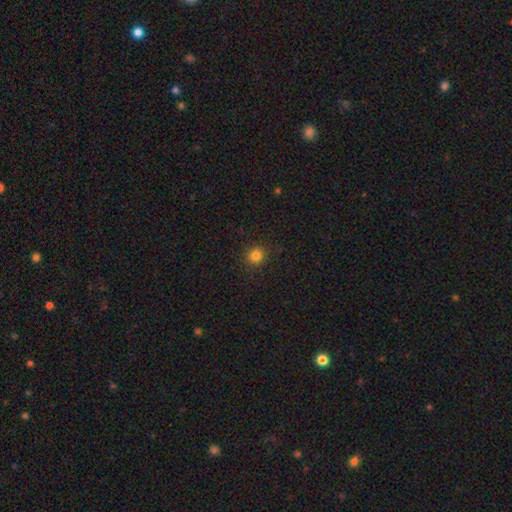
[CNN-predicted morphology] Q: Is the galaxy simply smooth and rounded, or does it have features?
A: smooth — 82%.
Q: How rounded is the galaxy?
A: round — 90%.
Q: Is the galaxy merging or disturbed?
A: none — 91%.